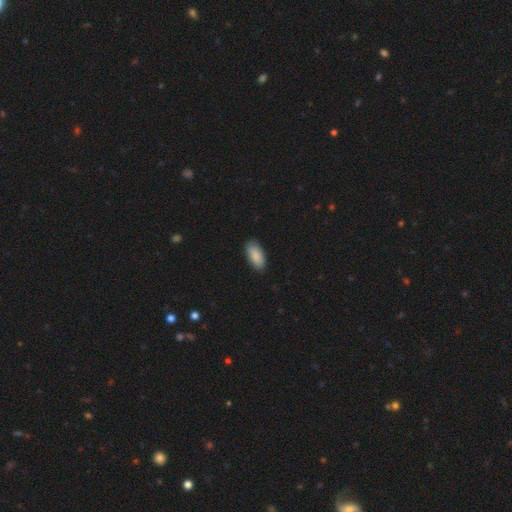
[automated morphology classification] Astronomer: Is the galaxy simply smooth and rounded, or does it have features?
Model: smooth — 87%.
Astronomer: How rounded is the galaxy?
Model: in between — 90%.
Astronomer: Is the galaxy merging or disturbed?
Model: none — 82%.